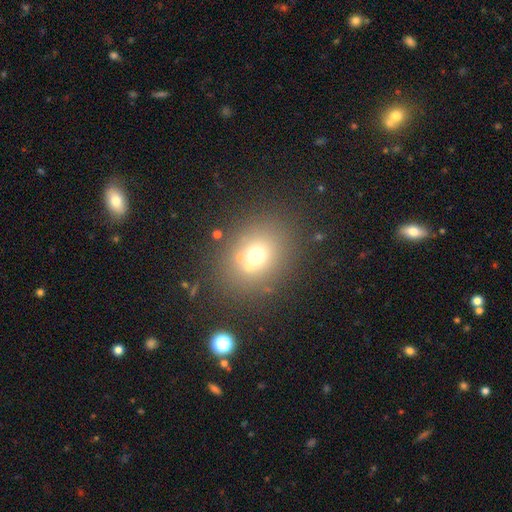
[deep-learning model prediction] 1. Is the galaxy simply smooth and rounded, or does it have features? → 65% smooth, 19% star or artifact, 16% featured or disk.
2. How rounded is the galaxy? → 63% round, 36% in between, 1% cigar-shaped.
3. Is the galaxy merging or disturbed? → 70% none, 14% merger, 11% minor disturbance, 5% major disturbance.